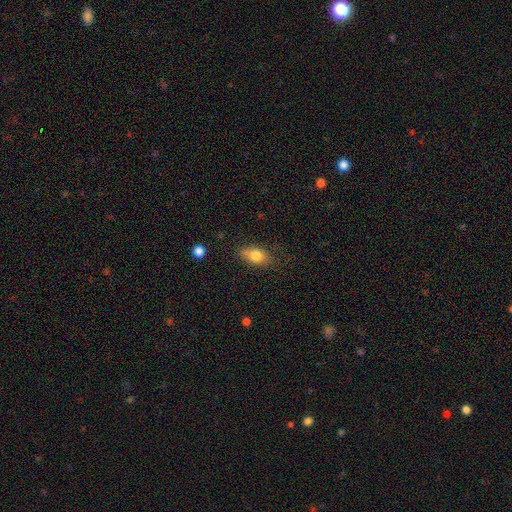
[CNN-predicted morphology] Smooth or featured? Predicted: smooth (p=0.80). How rounded? Predicted: in between (p=0.83). Merging? Predicted: none (p=0.65).